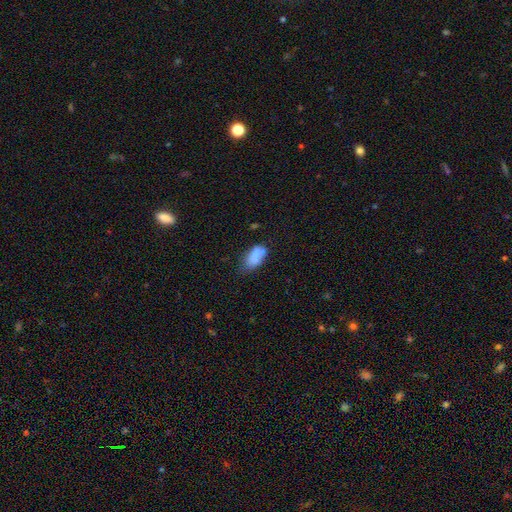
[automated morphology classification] smooth_or_featured: smooth (p=0.77) [alt: featured or disk p=0.14]
how_rounded: in between (p=0.91) [alt: round p=0.05]
merging: none (p=0.43) [alt: minor disturbance p=0.32]